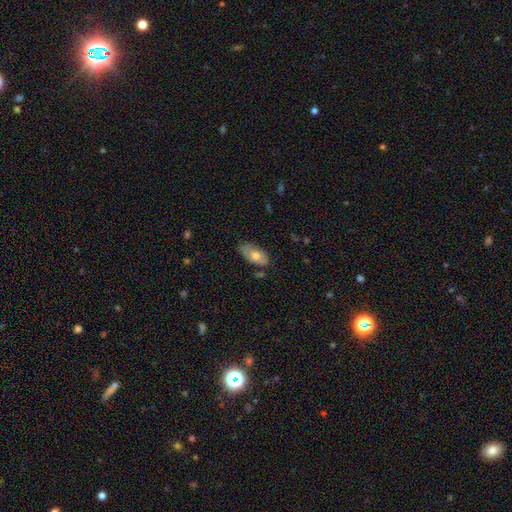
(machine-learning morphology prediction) type=smooth (66%); roundness=in between (92%); merging=none (65%).